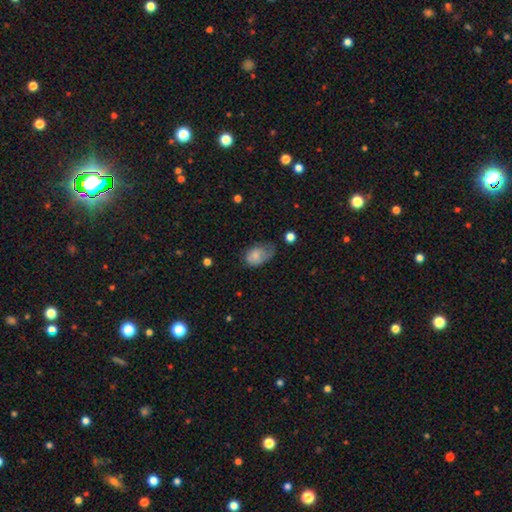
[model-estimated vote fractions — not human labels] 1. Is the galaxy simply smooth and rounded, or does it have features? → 74% smooth, 18% featured or disk, 9% star or artifact.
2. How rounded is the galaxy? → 85% in between, 14% round, 1% cigar-shaped.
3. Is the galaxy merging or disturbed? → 39% minor disturbance, 32% none, 26% major disturbance, 3% merger.